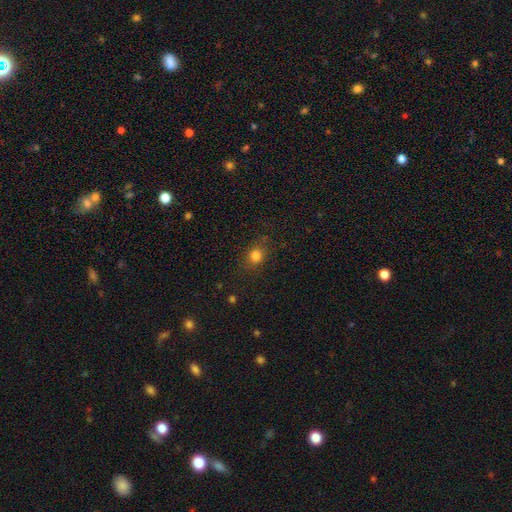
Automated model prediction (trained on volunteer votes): Smooth or featured?
  - smooth: 80% *
  - star or artifact: 14%
  - featured or disk: 6%
How rounded?
  - round: 69% *
  - in between: 30%
  - cigar-shaped: 1%
Merging?
  - none: 83% *
  - minor disturbance: 12%
  - major disturbance: 4%
  - merger: 2%